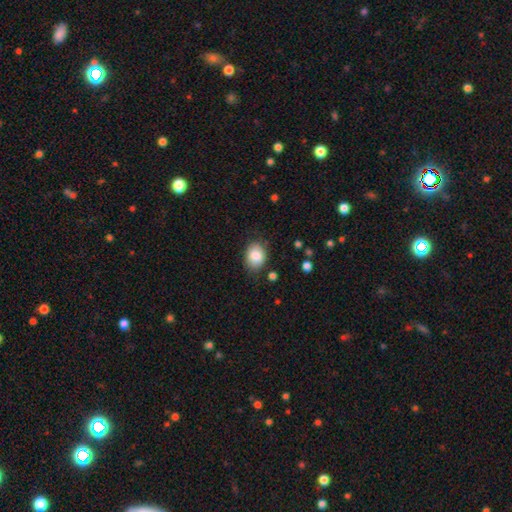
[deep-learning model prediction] Smooth or featured: smooth — 85% (star or artifact — 8%)
How rounded: in between — 65% (round — 34%)
Merging: none — 77% (minor disturbance — 17%)